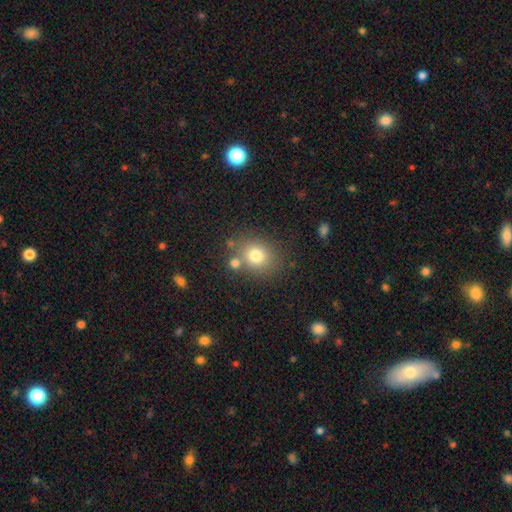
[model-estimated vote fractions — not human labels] The model was most divided on "how rounded": round: 72%, in between: 27%, cigar-shaped: 1%. More confident: smooth or featured — smooth (76%); merging — none (71%).